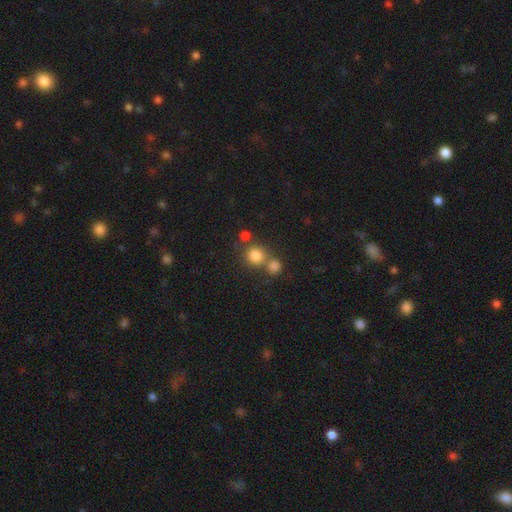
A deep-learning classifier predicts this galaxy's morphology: A smooth galaxy with no disk features (80%) that is round (88%). Merging: none (57%).